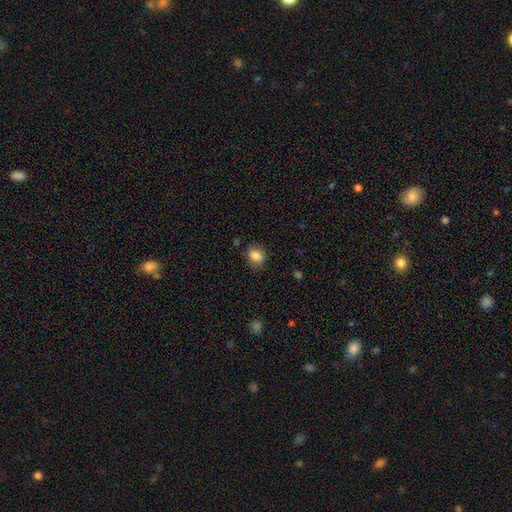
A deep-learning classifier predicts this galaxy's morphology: Overall: smooth (85%). How rounded: in between (52%; round 47%). Merging: none (81%).